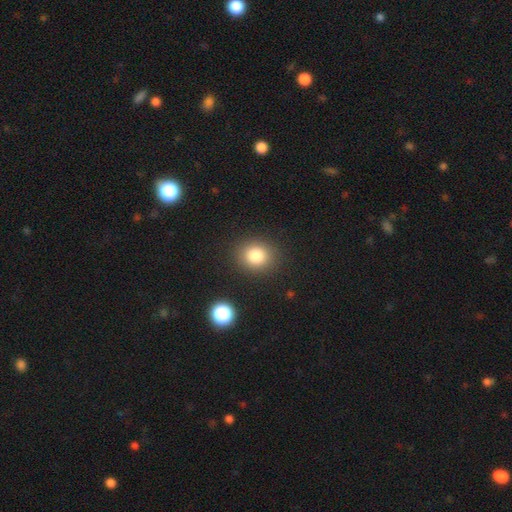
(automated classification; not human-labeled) Q: Smooth or featured?
A: smooth (81%); runner-up: star or artifact (12%)
Q: How rounded?
A: round (76%); runner-up: in between (24%)
Q: Merging?
A: none (88%); runner-up: minor disturbance (8%)